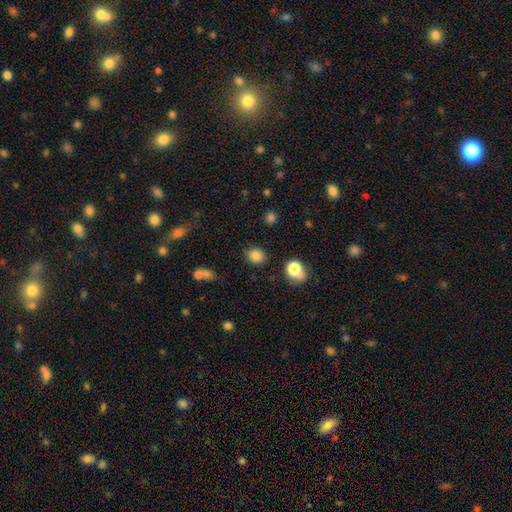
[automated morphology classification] This is clearly a smooth galaxy (82%). How rounded: likely round (72%). Merging: clearly none (82%).